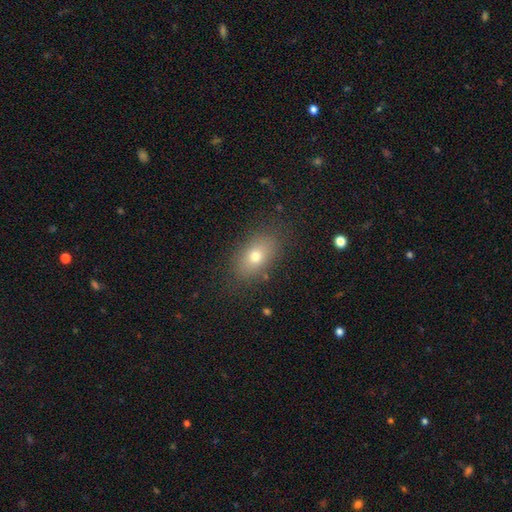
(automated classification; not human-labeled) This is likely a smooth galaxy (71%). How rounded: clearly in between (84%). Merging: clearly none (85%).